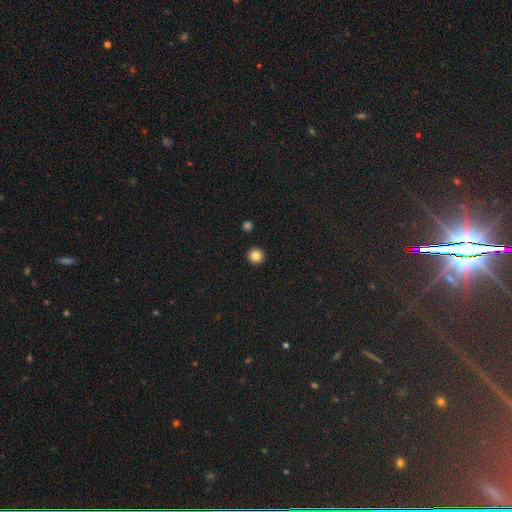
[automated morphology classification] A smooth galaxy with no disk features (84%) that is round (95%). Merging: none (93%).